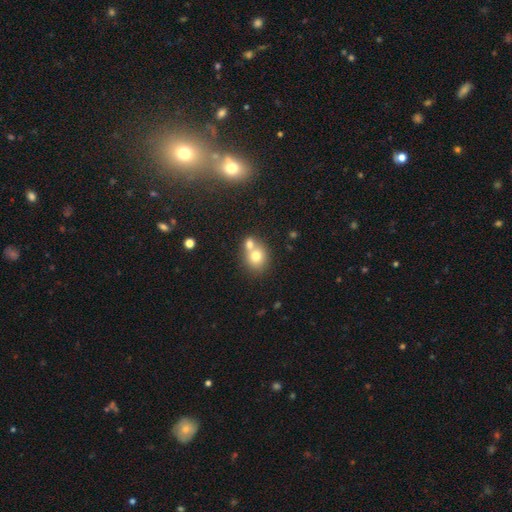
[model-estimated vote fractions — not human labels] A smooth galaxy with no disk features (74%) that is round (68%). Merging: merger (53%).